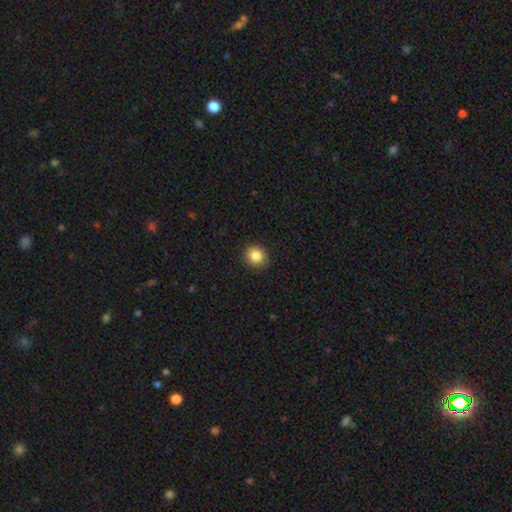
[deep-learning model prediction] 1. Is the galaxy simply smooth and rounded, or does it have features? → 86% smooth, 10% star or artifact, 5% featured or disk.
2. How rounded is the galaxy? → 79% round, 20% in between, 1% cigar-shaped.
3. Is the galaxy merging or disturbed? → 91% none, 6% minor disturbance, 2% major disturbance, 1% merger.